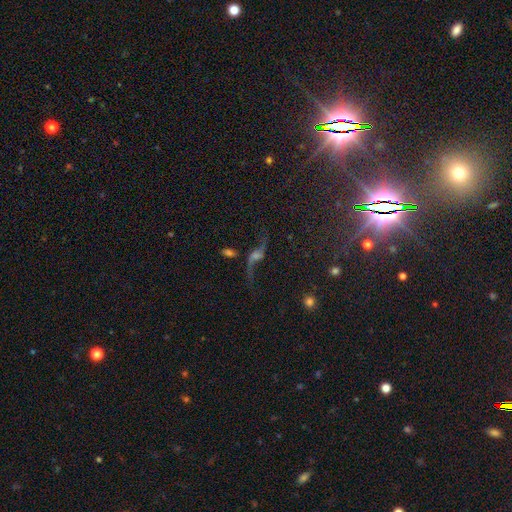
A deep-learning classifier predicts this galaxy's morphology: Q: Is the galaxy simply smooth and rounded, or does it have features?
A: featured or disk — 79%.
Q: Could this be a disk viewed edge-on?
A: no — 89%.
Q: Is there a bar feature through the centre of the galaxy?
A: no — 56%.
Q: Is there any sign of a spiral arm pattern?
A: yes — 93%.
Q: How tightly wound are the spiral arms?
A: loose — 94%.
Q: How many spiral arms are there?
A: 2 — 92%.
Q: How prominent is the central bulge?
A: moderate — 32%.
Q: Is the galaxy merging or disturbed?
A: none — 64%.